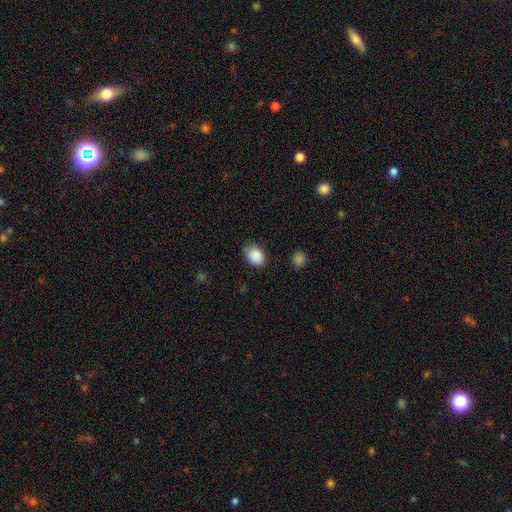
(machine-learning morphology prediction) smooth_or_featured: smooth (p=0.89) [alt: star or artifact p=0.08]
how_rounded: in between (p=0.78) [alt: round p=0.21]
merging: none (p=0.73) [alt: minor disturbance p=0.21]